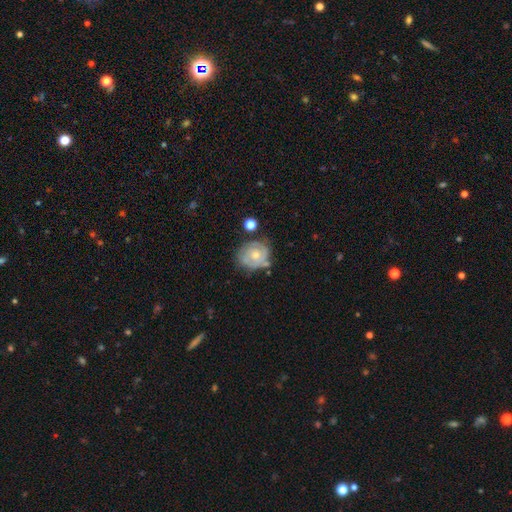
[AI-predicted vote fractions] The model was most divided on "bulge size": moderate: 51%, small: 44%, large: 2%, none: 2%, dominant: 1%. Remaining: edge-on disk — no (97%); spiral arms — yes (85%); bar — no (80%); smooth or featured — featured or disk (72%); spiral winding — tight (71%); merging — none (63%); spiral arm count — 2 (43%).